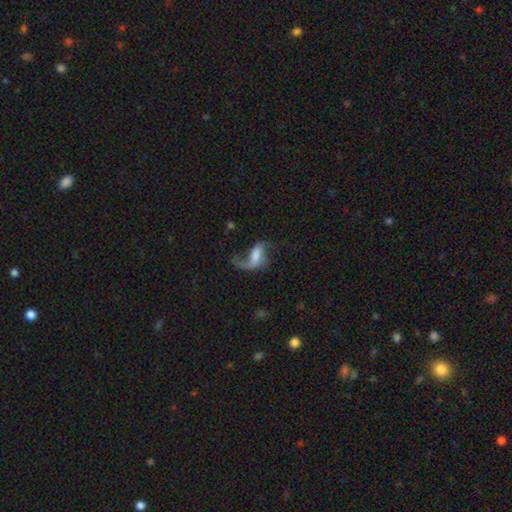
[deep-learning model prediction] A featured or disk galaxy (73%) with a weak bar (42%), 2 (61%) loose (83%) spiral arms (91%) and a moderate central bulge (30%). Merging: none (46%).